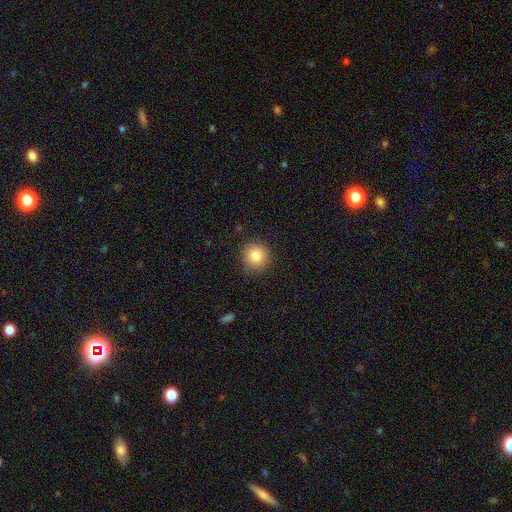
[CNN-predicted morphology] Overall: smooth (82%). How rounded: round (93%). Merging: none (86%).